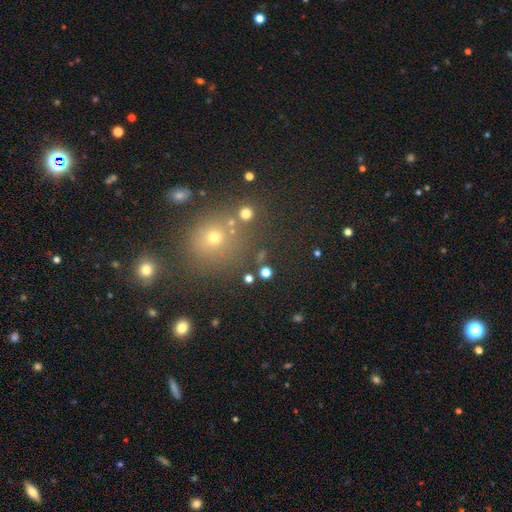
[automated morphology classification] smooth-or-featured: smooth: 46% | star or artifact: 44% | featured or disk: 10%
  merging: none: 74% | merger: 12% | minor disturbance: 10% | major disturbance: 5%